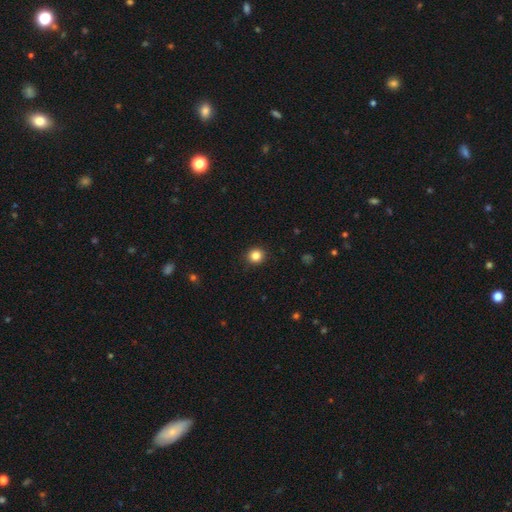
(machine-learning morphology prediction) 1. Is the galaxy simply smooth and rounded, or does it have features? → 85% smooth, 11% star or artifact, 4% featured or disk.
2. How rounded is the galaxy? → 92% round, 7% in between, 1% cigar-shaped.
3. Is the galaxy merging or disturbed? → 92% none, 5% minor disturbance, 2% major disturbance, 1% merger.